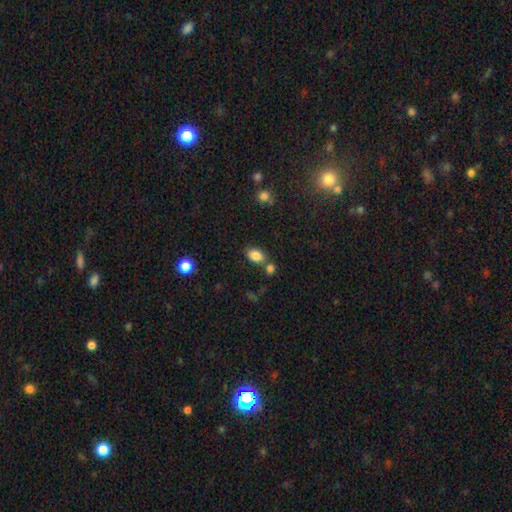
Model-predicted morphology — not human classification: type=smooth (84%); roundness=in between (88%); merging=none (66%).